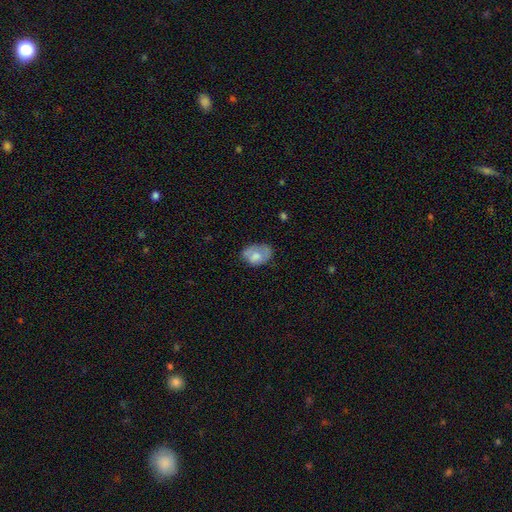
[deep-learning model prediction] Smooth or featured? smooth (67%)
How rounded? in between (81%)
Merging? none (51%)